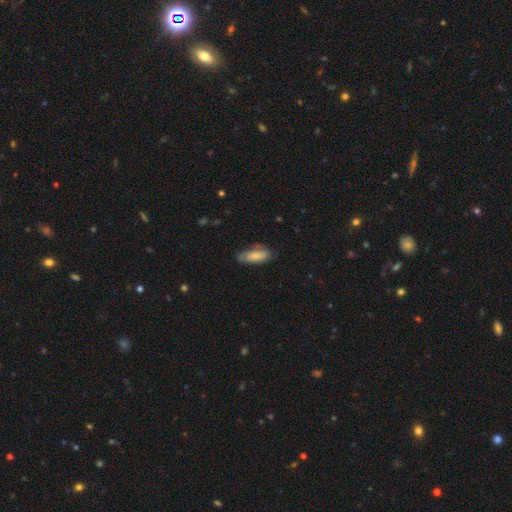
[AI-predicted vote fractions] A smooth galaxy with no disk features (71%) that is in between round and cigar-shaped (79%). Merging: none (62%).